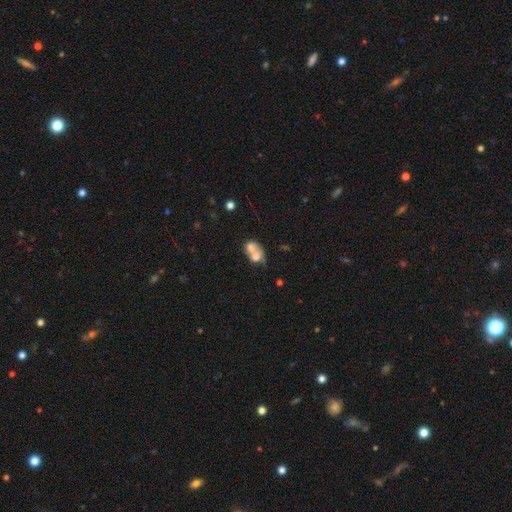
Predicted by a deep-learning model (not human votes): Q: Smooth or featured?
A: smooth (64%); runner-up: featured or disk (27%)
Q: How rounded?
A: in between (51%); runner-up: round (48%)
Q: Merging?
A: merger (72%); runner-up: none (16%)